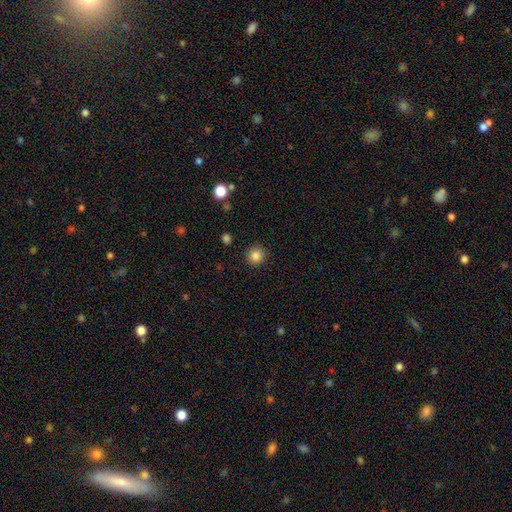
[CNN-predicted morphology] A smooth galaxy with no disk features (85%) that is round (94%).

Vote fractions:
- Smooth or featured? smooth: 85% / star or artifact: 11% / featured or disk: 4%
- How rounded? round: 94% / in between: 5% / cigar-shaped: 1%
- Merging? none: 92% / minor disturbance: 5% / major disturbance: 2% / merger: 1%